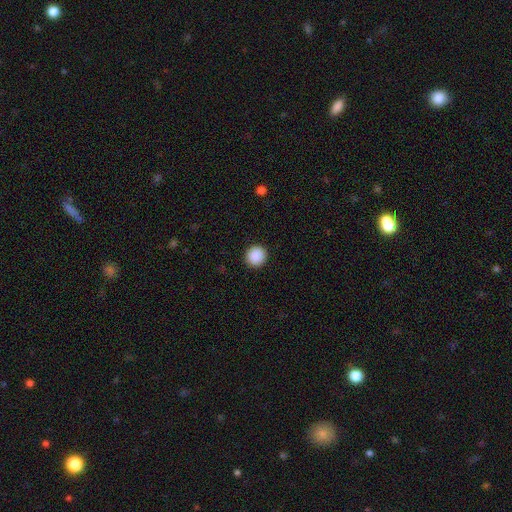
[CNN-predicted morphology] A smooth galaxy with no disk features (90%) that is round (92%).

Vote fractions:
- Smooth or featured? smooth: 90% / star or artifact: 8% / featured or disk: 2%
- How rounded? round: 92% / in between: 7% / cigar-shaped: 1%
- Merging? none: 93% / minor disturbance: 5% / major disturbance: 2% / merger: 1%